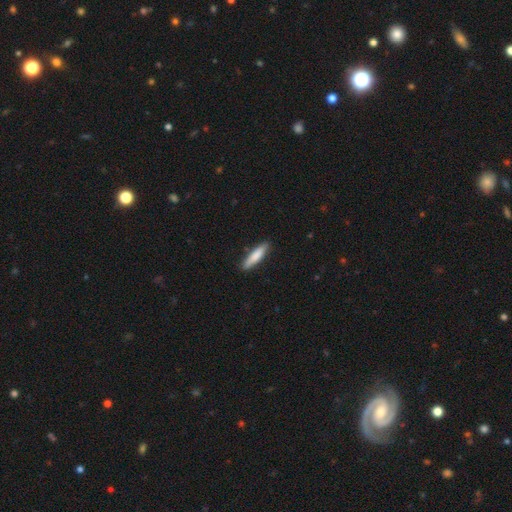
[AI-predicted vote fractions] The model was most divided on "how rounded": cigar-shaped: 80%, in between: 19%, round: 1%. More confident: merging — none (86%); smooth or featured — smooth (80%).